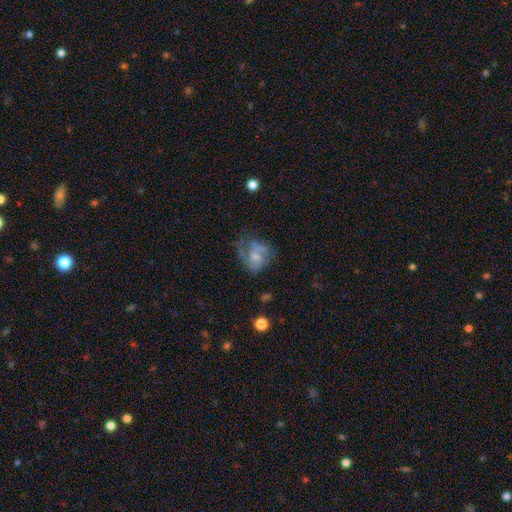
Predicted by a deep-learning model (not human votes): Q: Smooth or featured?
A: smooth (45%); tied with: featured or disk (45%)
Q: Merging?
A: major disturbance (38%); runner-up: none (30%)